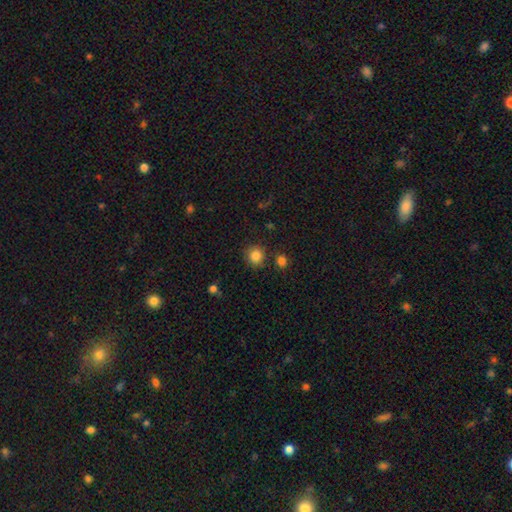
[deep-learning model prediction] This appears to be a smooth galaxy with no disk features (85%) that is round (90%). Merging: none (83%).